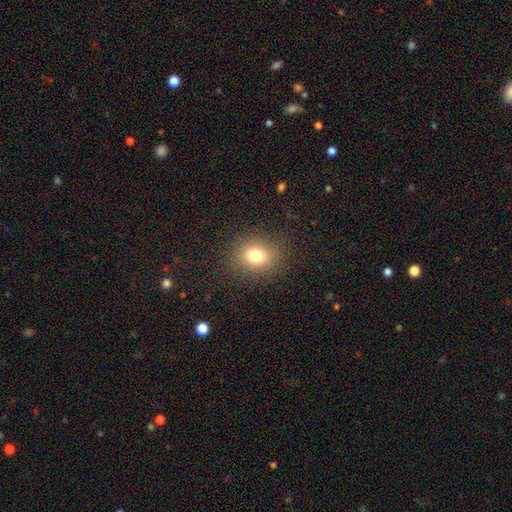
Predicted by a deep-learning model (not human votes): A smooth galaxy with no disk features (77%) that is round (55%).

Vote fractions:
- Smooth or featured? smooth: 77% / star or artifact: 13% / featured or disk: 10%
- How rounded? round: 55% / in between: 44% / cigar-shaped: 1%
- Merging? none: 86% / minor disturbance: 9% / major disturbance: 4% / merger: 1%